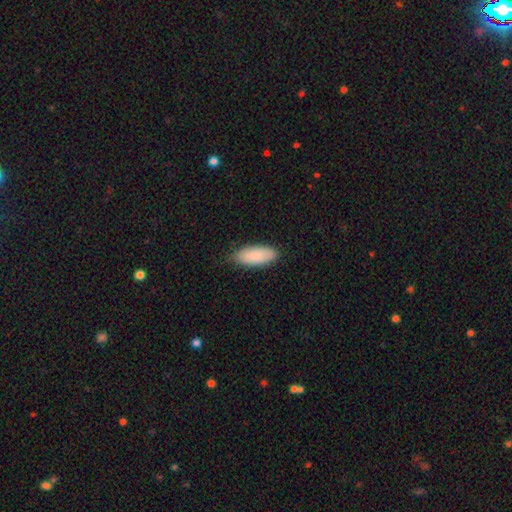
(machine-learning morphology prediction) smooth_or_featured: smooth (p=0.88) [alt: featured or disk p=0.07]
how_rounded: in between (p=0.82) [alt: cigar-shaped p=0.16]
merging: none (p=0.81) [alt: minor disturbance p=0.16]